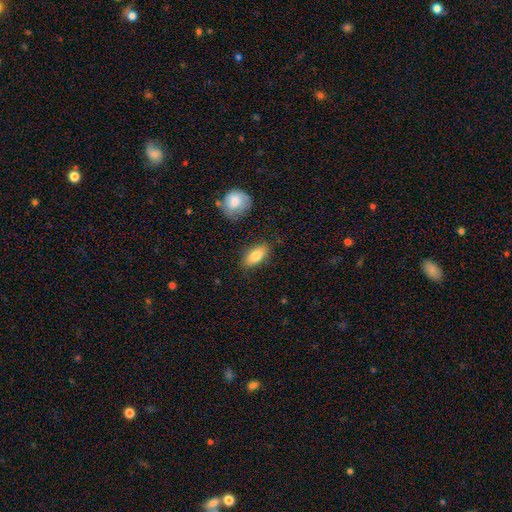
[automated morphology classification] A smooth galaxy with no disk features (82%) that is in between round and cigar-shaped (85%).

Vote fractions:
- Smooth or featured? smooth: 82% / featured or disk: 11% / star or artifact: 7%
- How rounded? in between: 85% / cigar-shaped: 11% / round: 4%
- Merging? none: 82% / minor disturbance: 12% / major disturbance: 3% / merger: 3%